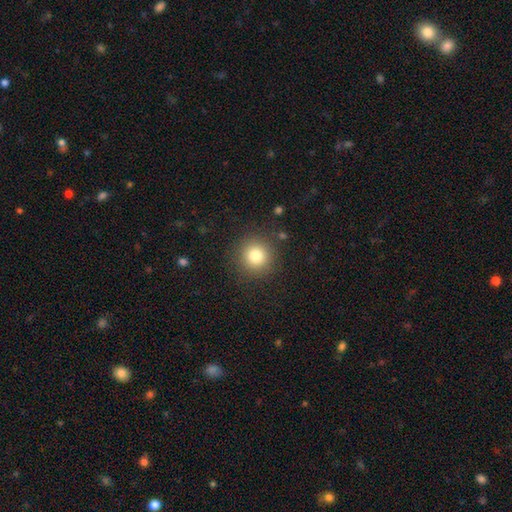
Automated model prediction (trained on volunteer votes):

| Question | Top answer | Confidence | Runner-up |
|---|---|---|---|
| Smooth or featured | smooth | 80% | star or artifact (12%) |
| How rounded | round | 94% | in between (5%) |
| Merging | none | 89% | minor disturbance (7%) |